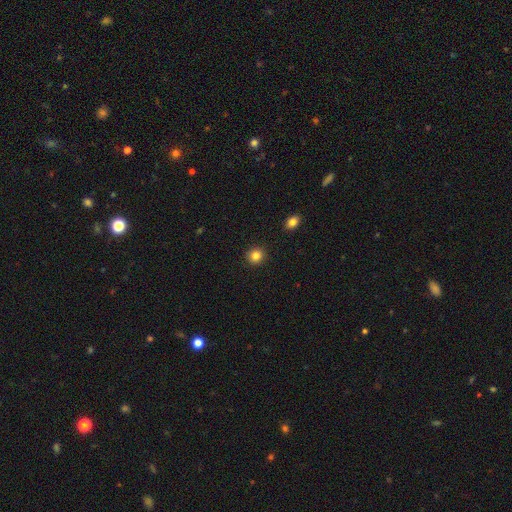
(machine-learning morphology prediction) Overall: smooth (84%). How rounded: round (89%). Merging: none (92%).